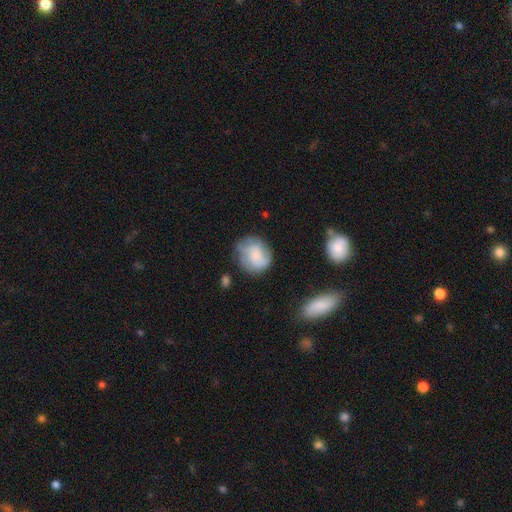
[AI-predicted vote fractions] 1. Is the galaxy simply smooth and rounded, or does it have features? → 48% smooth, 44% featured or disk, 8% star or artifact.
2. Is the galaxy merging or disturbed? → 66% none, 22% minor disturbance, 10% major disturbance, 3% merger.